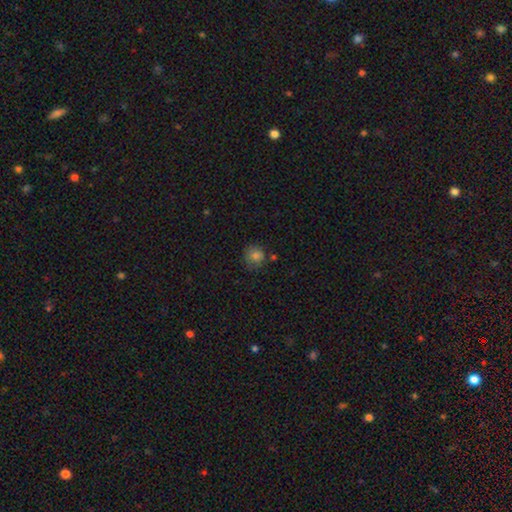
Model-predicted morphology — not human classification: smooth 82%, star or artifact 12%, featured or disk 7%. Down the decision tree: how rounded — round (86%); merging — none (69%).